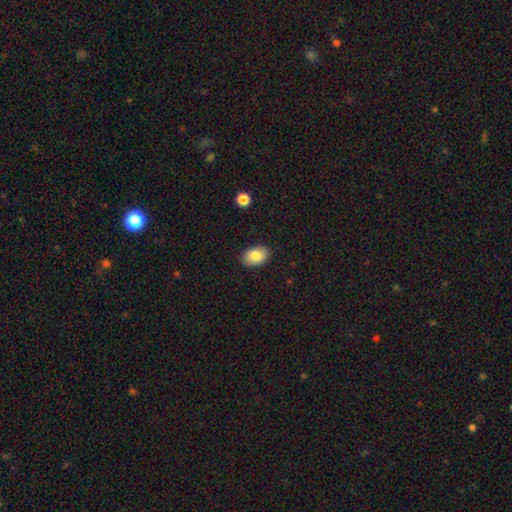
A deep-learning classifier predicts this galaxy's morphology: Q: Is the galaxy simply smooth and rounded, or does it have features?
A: smooth — 85%.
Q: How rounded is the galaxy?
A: in between — 83%.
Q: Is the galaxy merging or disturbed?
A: none — 89%.